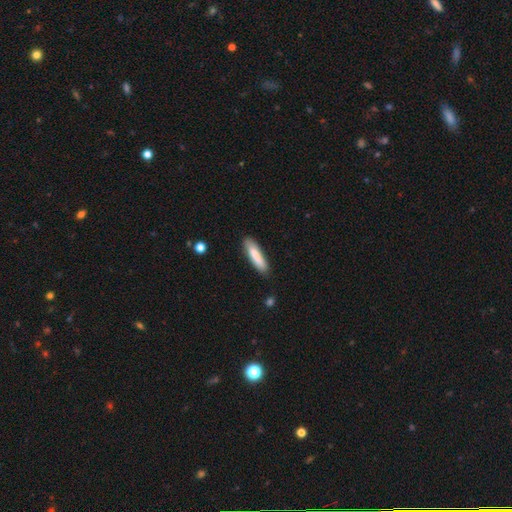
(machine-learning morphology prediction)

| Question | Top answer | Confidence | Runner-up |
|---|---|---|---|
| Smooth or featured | smooth | 82% | featured or disk (12%) |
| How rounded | cigar-shaped | 73% | in between (26%) |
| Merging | none | 83% | minor disturbance (13%) |